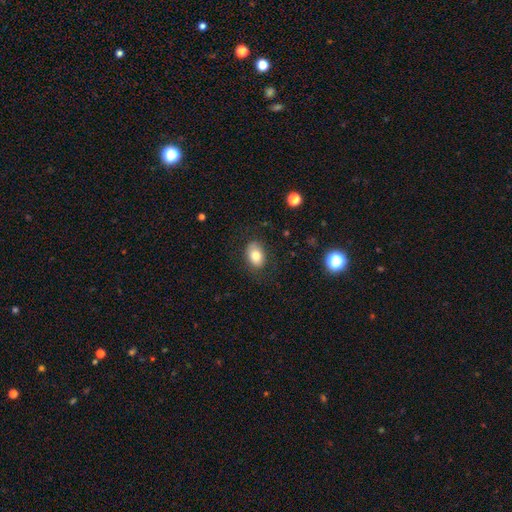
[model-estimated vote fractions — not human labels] Overall: smooth (79%). How rounded: in between (83%). Merging: none (76%).